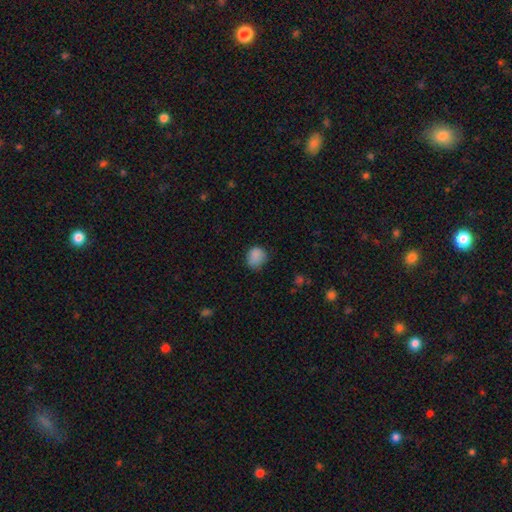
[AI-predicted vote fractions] smooth 85%, star or artifact 10%, featured or disk 5%. Down the decision tree: how rounded — round (69%); merging — none (63%).